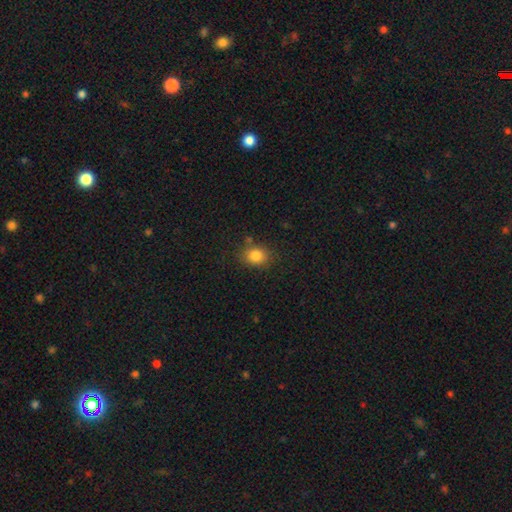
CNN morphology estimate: A smooth galaxy with no disk features (83%) that is round (59%). Merging: none (78%).